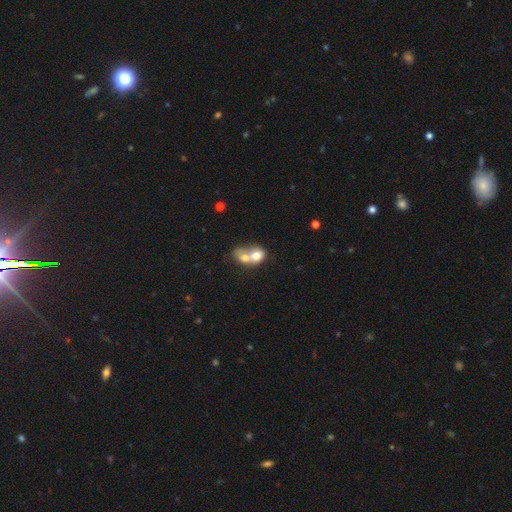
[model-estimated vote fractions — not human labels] Overall: smooth (67%). How rounded: in between (53%; round 46%). Merging: merger (79%).